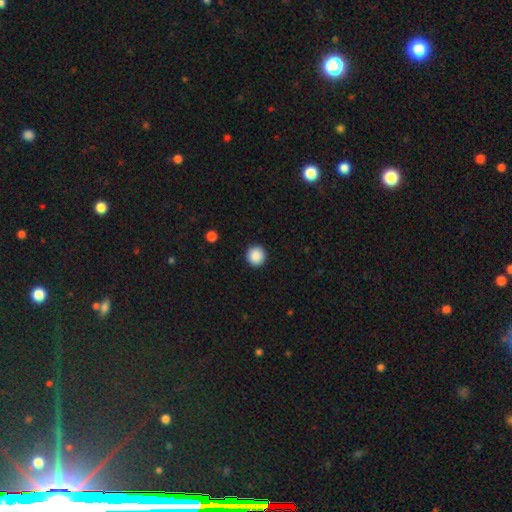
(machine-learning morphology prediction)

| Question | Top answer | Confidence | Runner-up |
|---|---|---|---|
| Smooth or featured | smooth | 89% | star or artifact (8%) |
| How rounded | round | 94% | in between (5%) |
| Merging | none | 93% | minor disturbance (5%) |